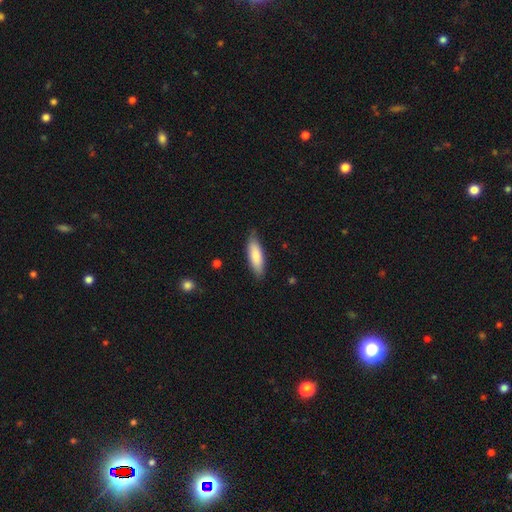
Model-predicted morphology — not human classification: Q: Smooth or featured?
A: smooth (83%); runner-up: featured or disk (12%)
Q: How rounded?
A: in between (53%); runner-up: cigar-shaped (46%)
Q: Merging?
A: none (81%); runner-up: minor disturbance (16%)